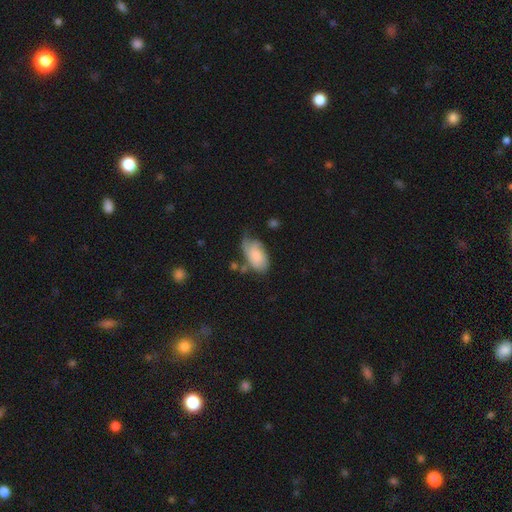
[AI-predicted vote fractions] Overall: smooth (51%; featured or disk 43%). How rounded: in between (92%). Merging: none (42%; minor disturbance 35%).